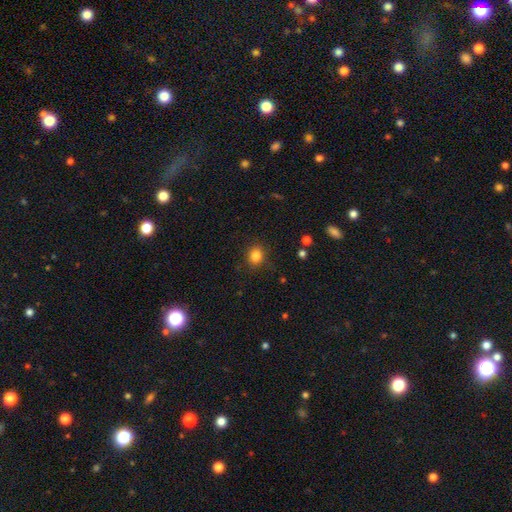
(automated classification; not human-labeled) Morphology: type=smooth (84%); roundness=round (69%); merging=none (86%).